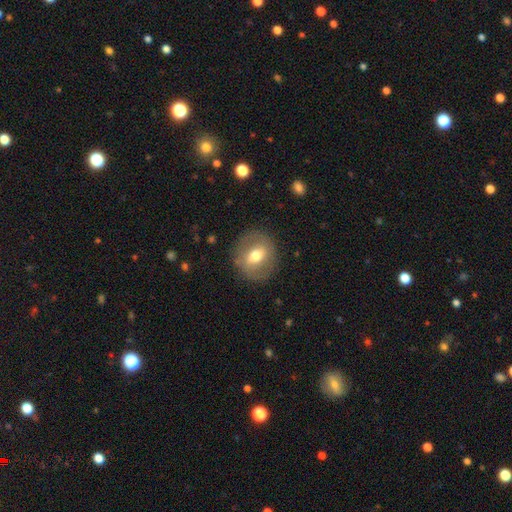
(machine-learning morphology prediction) A smooth galaxy with no disk features (49%). Merging: none (84%).